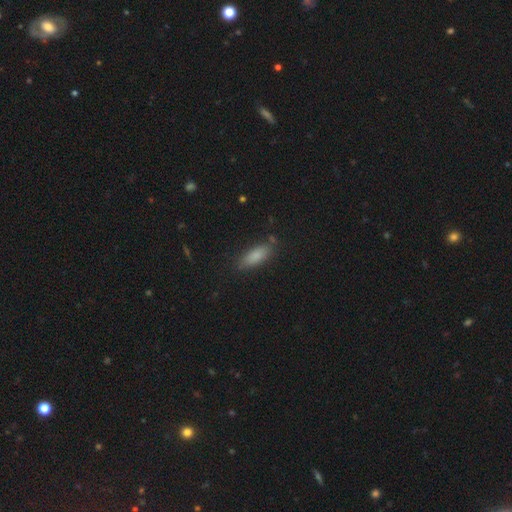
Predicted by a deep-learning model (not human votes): smooth-or-featured: smooth: 83% | featured or disk: 9% | star or artifact: 8%
  how-rounded: in between: 61% | cigar-shaped: 37% | round: 2%
  merging: none: 78% | minor disturbance: 15% | major disturbance: 4% | merger: 3%